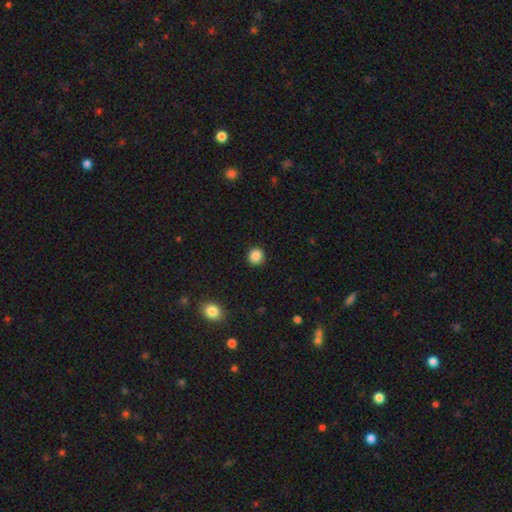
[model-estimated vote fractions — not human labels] Q: Smooth or featured?
A: smooth (87%); runner-up: star or artifact (10%)
Q: How rounded?
A: round (86%); runner-up: in between (13%)
Q: Merging?
A: none (89%); runner-up: minor disturbance (8%)